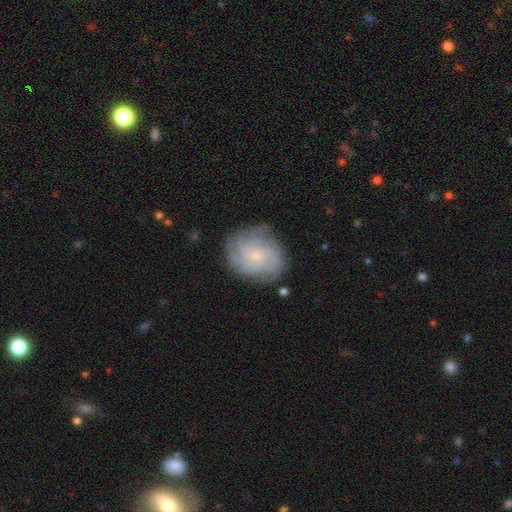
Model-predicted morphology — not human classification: featured or disk 72%, smooth 20%, star or artifact 8%. Down the decision tree: edge-on disk — no (98%); bar — no (73%); spiral arms — yes (94%); spiral arm count — can't tell (33%); spiral winding — tight (60%); bulge size — small (74%); merging — none (77%).